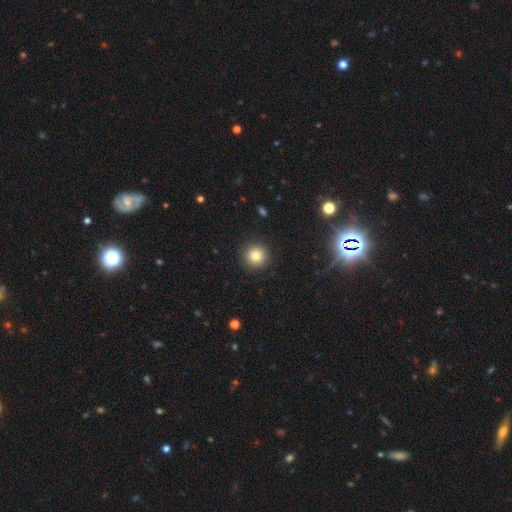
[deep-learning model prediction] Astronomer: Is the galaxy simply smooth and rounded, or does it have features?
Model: smooth — 81%.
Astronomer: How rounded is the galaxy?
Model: round — 95%.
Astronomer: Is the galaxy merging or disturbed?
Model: none — 91%.